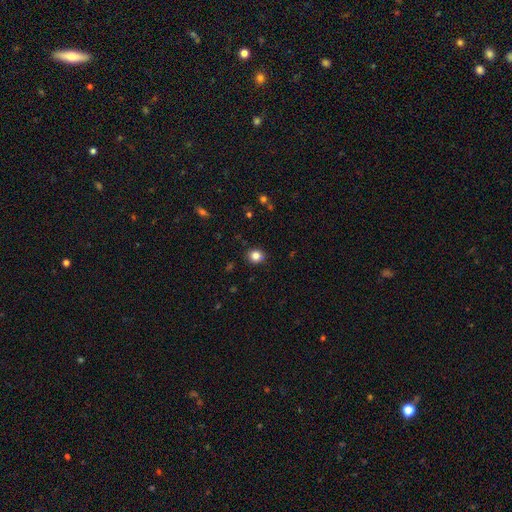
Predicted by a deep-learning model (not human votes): Overall: smooth (83%). How rounded: round (82%). Merging: none (90%).